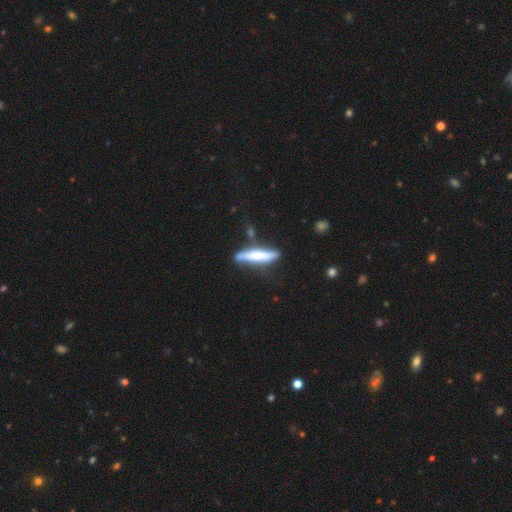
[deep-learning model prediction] Overall: smooth (54%; featured or disk 41%). How rounded: cigar-shaped (87%). Merging: none (68%).